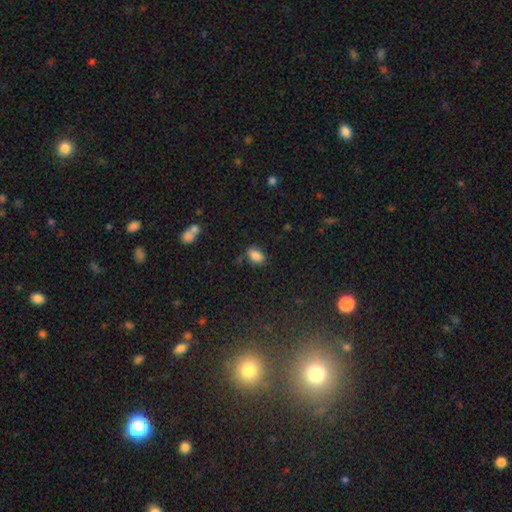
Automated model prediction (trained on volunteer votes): Smooth or featured?
  - smooth: 85% *
  - star or artifact: 10%
  - featured or disk: 5%
How rounded?
  - in between: 86% *
  - round: 12%
  - cigar-shaped: 2%
Merging?
  - none: 75% *
  - minor disturbance: 17%
  - major disturbance: 4%
  - merger: 4%